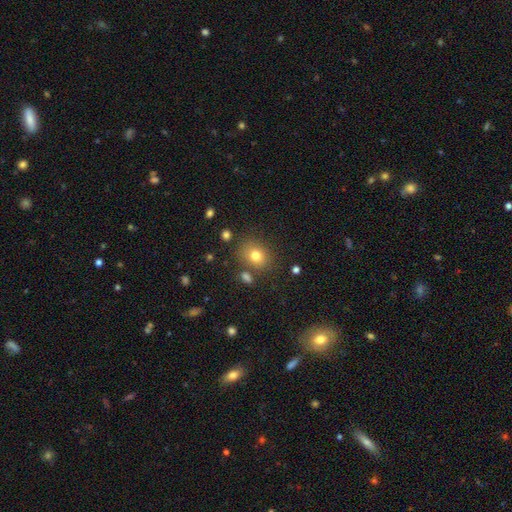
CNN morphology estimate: Smooth or featured?
  - smooth: 77% *
  - star or artifact: 13%
  - featured or disk: 10%
How rounded?
  - round: 60% *
  - in between: 39%
  - cigar-shaped: 1%
Merging?
  - none: 77% *
  - minor disturbance: 12%
  - merger: 7%
  - major disturbance: 4%